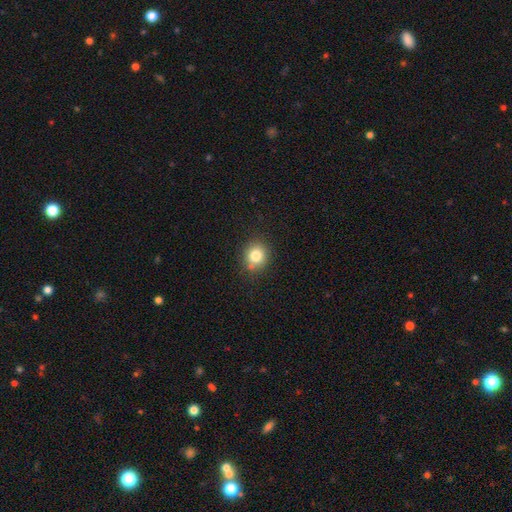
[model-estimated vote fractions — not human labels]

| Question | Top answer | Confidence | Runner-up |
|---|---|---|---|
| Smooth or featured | smooth | 80% | star or artifact (11%) |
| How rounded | round | 82% | in between (17%) |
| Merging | none | 78% | minor disturbance (12%) |